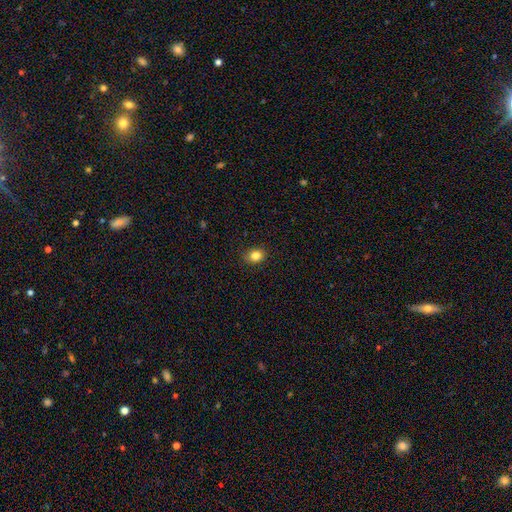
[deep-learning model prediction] Smooth or featured?
  - smooth: 83% *
  - star or artifact: 11%
  - featured or disk: 5%
How rounded?
  - round: 61% *
  - in between: 39%
  - cigar-shaped: 1%
Merging?
  - none: 88% *
  - minor disturbance: 9%
  - major disturbance: 2%
  - merger: 1%